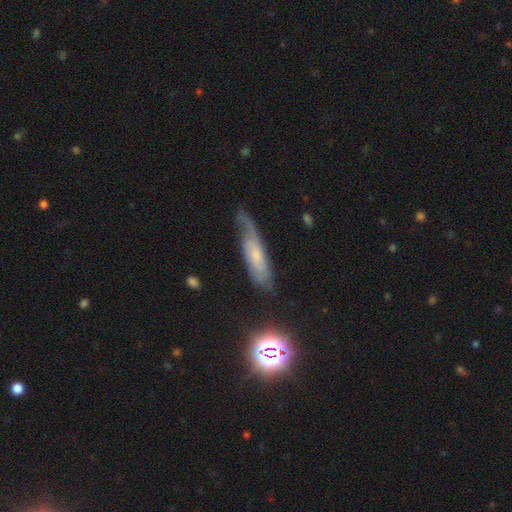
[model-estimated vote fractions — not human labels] Smooth or featured: featured or disk — 48% (smooth — 40%)
Merging: none — 47% (minor disturbance — 32%)